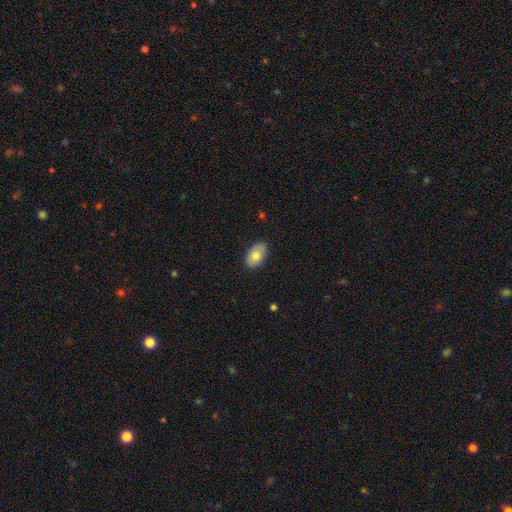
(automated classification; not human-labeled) This is likely a smooth galaxy (75%). How rounded: clearly in between (90%). Merging: clearly none (85%).